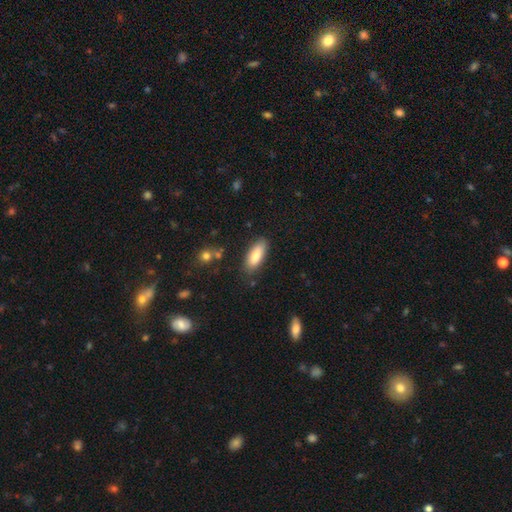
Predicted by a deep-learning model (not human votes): Smooth or featured: smooth — 82% (featured or disk — 12%)
How rounded: in between — 74% (cigar-shaped — 24%)
Merging: none — 84% (minor disturbance — 11%)